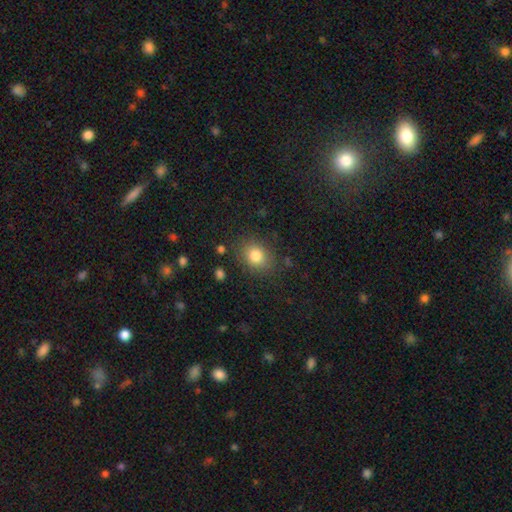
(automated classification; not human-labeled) Smooth or featured? Predicted: smooth (p=0.80). How rounded? Predicted: round (p=0.51). Merging? Predicted: none (p=0.82).